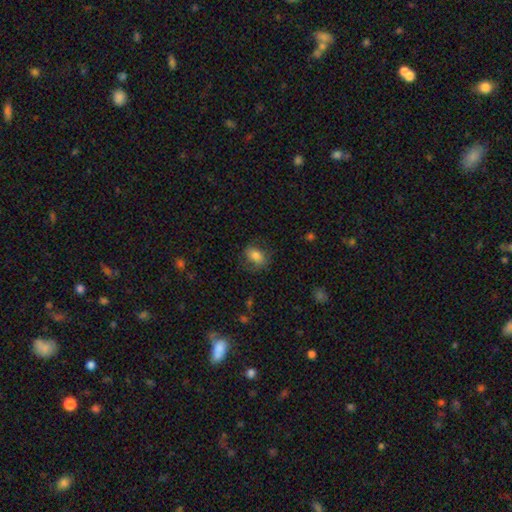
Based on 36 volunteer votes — This is clearly a smooth galaxy (94%). How rounded: likely in between (76%). Merging: clearly none (80%).